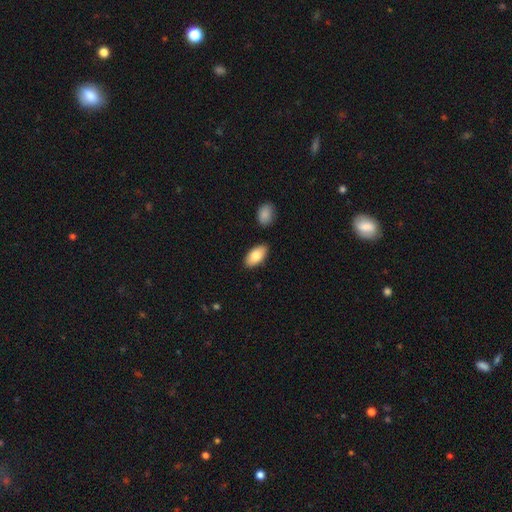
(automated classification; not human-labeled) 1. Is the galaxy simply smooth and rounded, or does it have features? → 82% smooth, 12% featured or disk, 6% star or artifact.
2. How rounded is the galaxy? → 94% in between, 3% cigar-shaped, 3% round.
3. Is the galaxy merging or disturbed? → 85% none, 9% minor disturbance, 3% merger, 2% major disturbance.